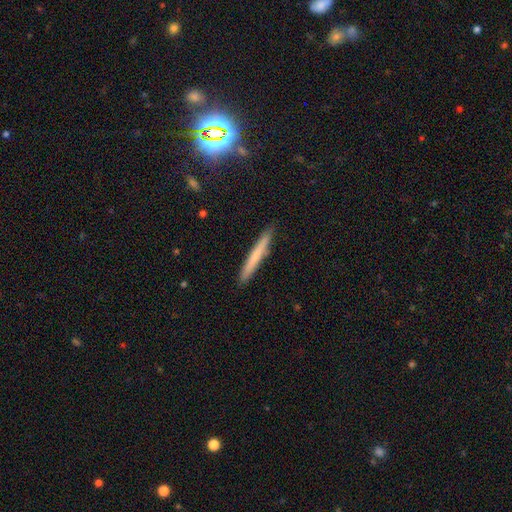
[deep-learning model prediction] Smooth or featured?
  - smooth: 63% *
  - featured or disk: 31%
  - star or artifact: 6%
How rounded?
  - cigar-shaped: 97% *
  - in between: 2%
  - round: 1%
Merging?
  - none: 91% *
  - minor disturbance: 6%
  - major disturbance: 1%
  - merger: 1%